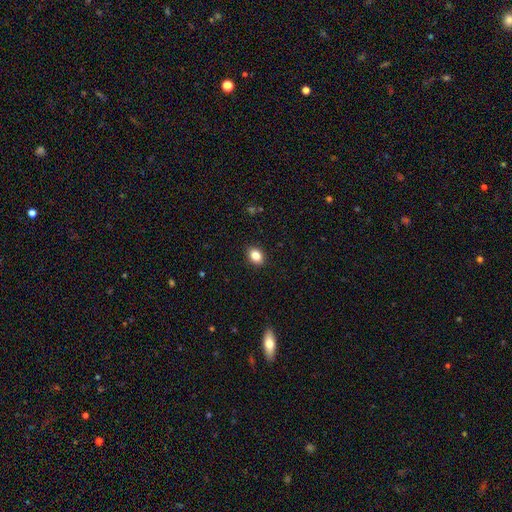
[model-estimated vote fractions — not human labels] Q: Smooth or featured?
A: smooth (85%); runner-up: star or artifact (9%)
Q: How rounded?
A: in between (69%); runner-up: round (30%)
Q: Merging?
A: none (90%); runner-up: minor disturbance (7%)